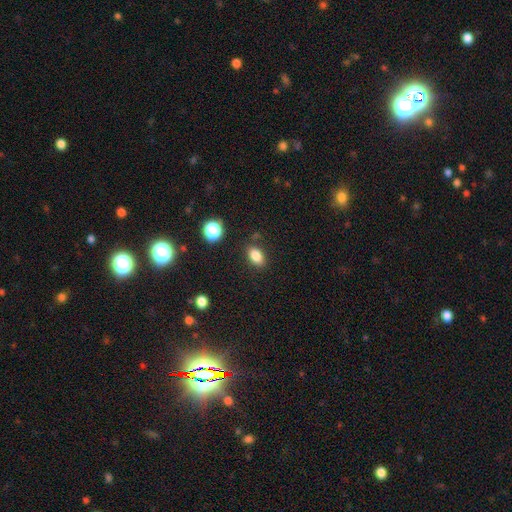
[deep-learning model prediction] smooth 83%, star or artifact 11%, featured or disk 6%. Down the decision tree: how rounded — in between (85%); merging — none (82%).